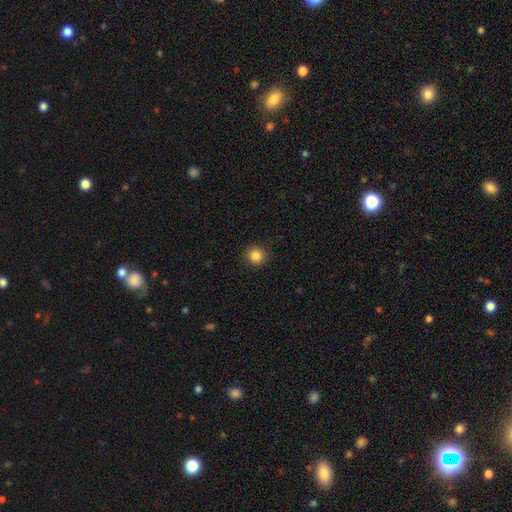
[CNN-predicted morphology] Smooth or featured? smooth (86%)
How rounded? round (93%)
Merging? none (91%)